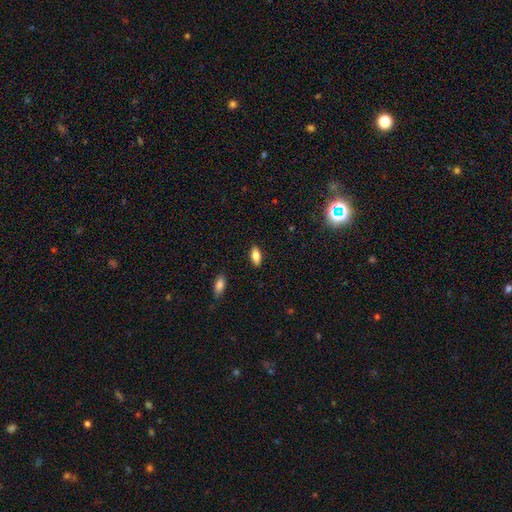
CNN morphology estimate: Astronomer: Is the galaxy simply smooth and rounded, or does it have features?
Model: smooth — 75%.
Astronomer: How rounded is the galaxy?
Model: in between — 84%.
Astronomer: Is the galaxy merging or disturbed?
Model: none — 89%.